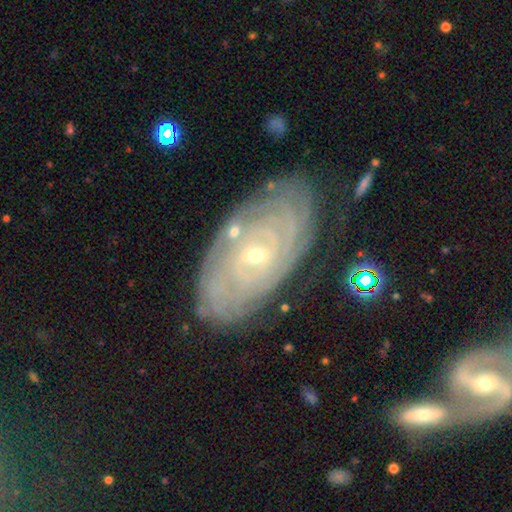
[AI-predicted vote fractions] Overall: featured or disk (86%). Edge-on disk: no (95%). Bar: no (53%; weak 34%). Spiral arms: yes (94%). Spiral arm count: can't tell (40%; 4 17%). Spiral winding: tight (85%). Bulge size: small (80%). Merging: none (77%).